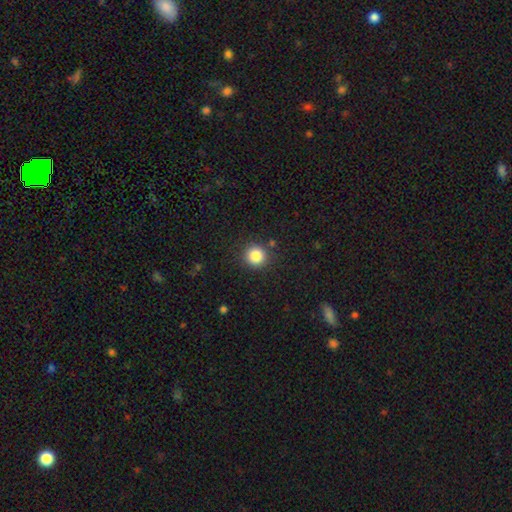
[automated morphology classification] This appears to be a smooth galaxy with no disk features (85%) that is round (93%). Merging: none (88%).